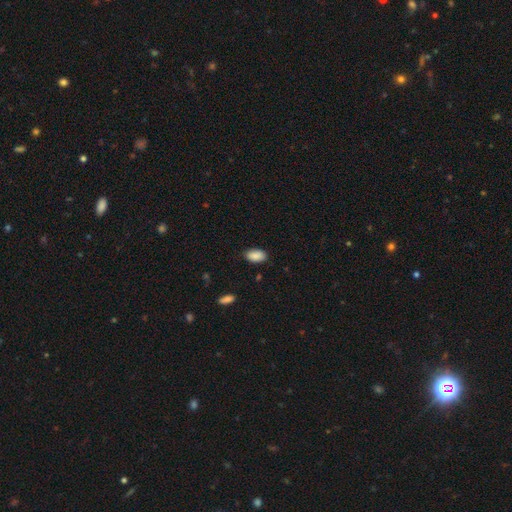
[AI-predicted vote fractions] This is clearly a smooth galaxy (90%). How rounded: clearly in between (94%). Merging: clearly none (85%).